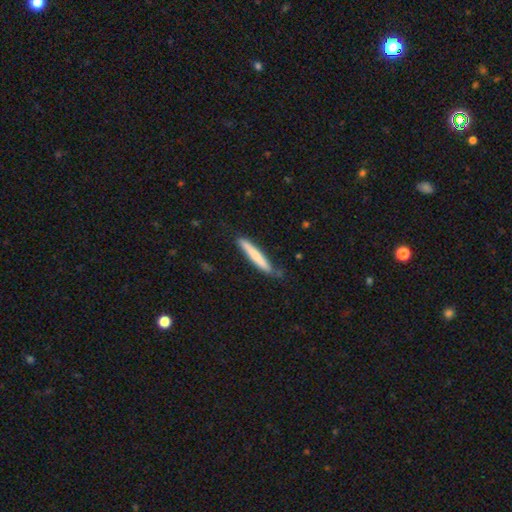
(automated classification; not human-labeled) Smooth or featured? smooth (72%)
How rounded? cigar-shaped (95%)
Merging? none (77%)